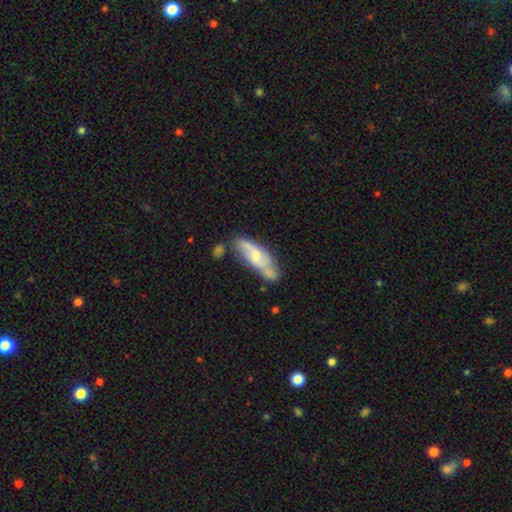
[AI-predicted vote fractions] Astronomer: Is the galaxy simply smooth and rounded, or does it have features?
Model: featured or disk — 63%.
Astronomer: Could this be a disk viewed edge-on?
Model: no — 81%.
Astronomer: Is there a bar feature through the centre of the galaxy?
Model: no — 50% (runner-up: weak, 40%).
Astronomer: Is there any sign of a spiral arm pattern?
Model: yes — 82%.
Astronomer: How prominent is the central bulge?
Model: small — 45% (runner-up: moderate, 39%).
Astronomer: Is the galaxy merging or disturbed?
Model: none — 52%.